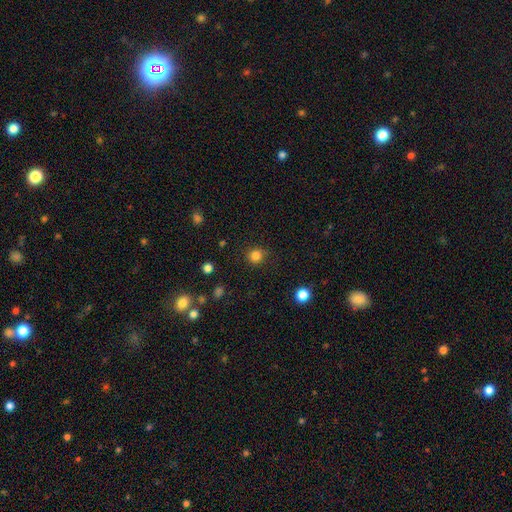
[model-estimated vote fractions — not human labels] Q: Smooth or featured?
A: smooth (83%); runner-up: star or artifact (13%)
Q: How rounded?
A: round (89%); runner-up: in between (10%)
Q: Merging?
A: none (86%); runner-up: minor disturbance (9%)